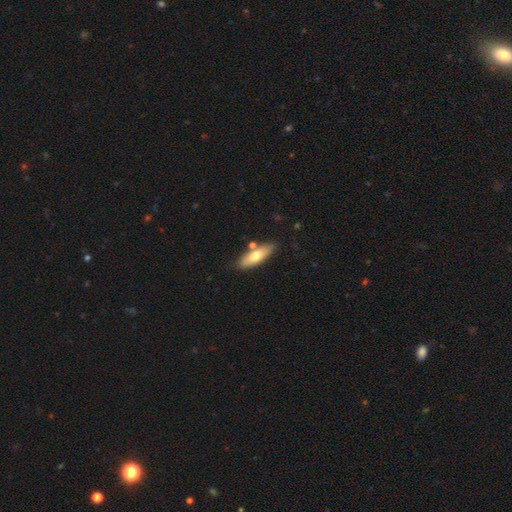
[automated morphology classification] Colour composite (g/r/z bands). It shows a smooth galaxy with no disk features (67%) that is in between round and cigar-shaped (54%). Merging: none (79%).